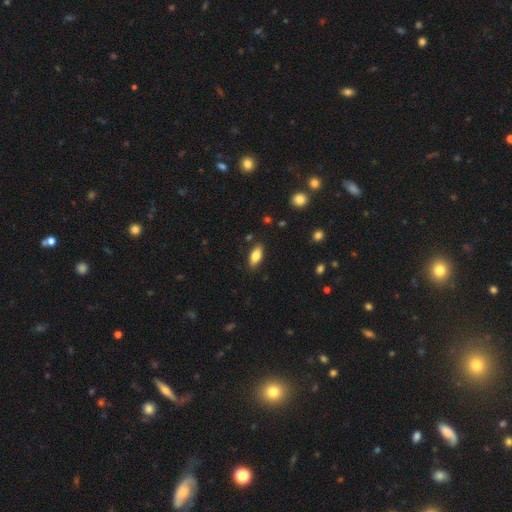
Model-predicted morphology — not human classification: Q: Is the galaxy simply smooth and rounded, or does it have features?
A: smooth — 81%.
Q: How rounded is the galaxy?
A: in between — 85%.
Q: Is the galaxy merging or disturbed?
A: none — 86%.